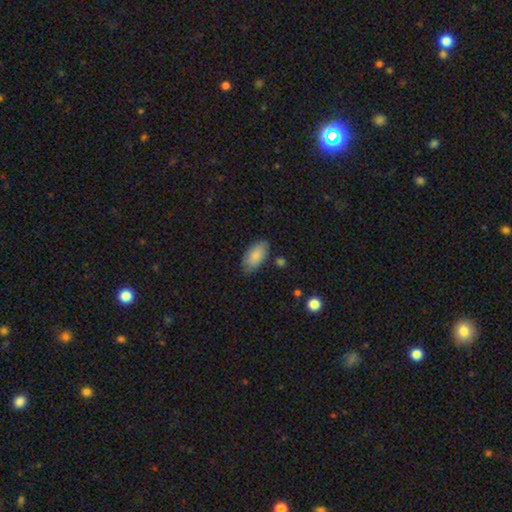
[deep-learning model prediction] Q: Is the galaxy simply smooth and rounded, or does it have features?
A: smooth — 85%.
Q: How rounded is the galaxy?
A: in between — 94%.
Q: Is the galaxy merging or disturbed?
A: none — 78%.